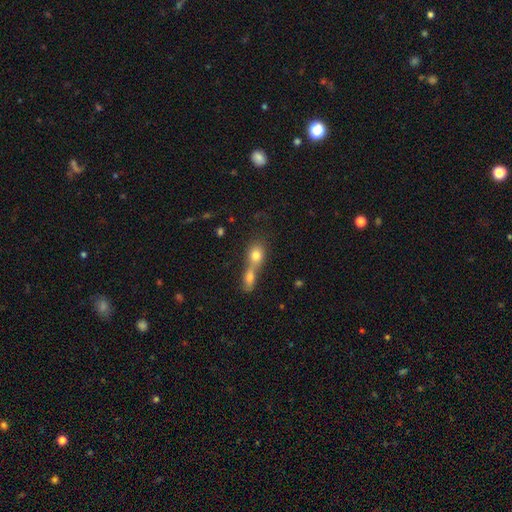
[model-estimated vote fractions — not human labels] smooth 77%, featured or disk 13%, star or artifact 9%. Down the decision tree: how rounded — in between (48%); merging — merger (70%).